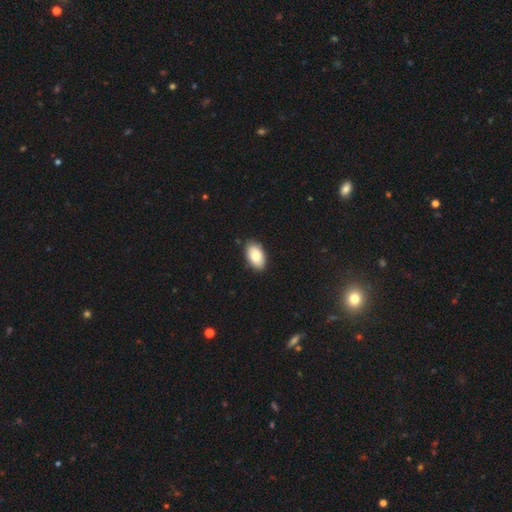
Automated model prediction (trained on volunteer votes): Smooth or featured: smooth — 83% (featured or disk — 11%)
How rounded: in between — 94% (round — 4%)
Merging: none — 86% (minor disturbance — 11%)